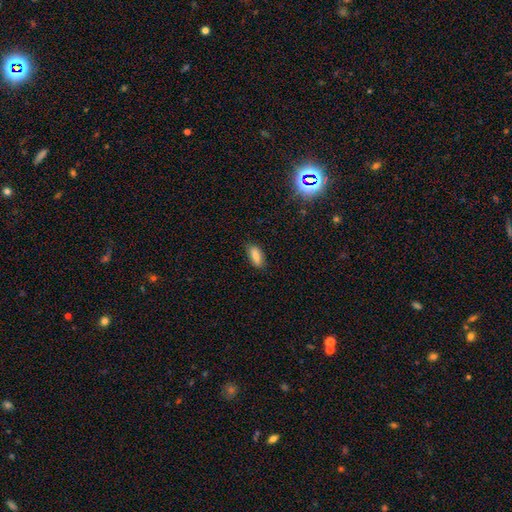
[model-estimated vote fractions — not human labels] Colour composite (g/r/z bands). It shows a smooth galaxy with no disk features (84%) that is in between round and cigar-shaped (77%). Merging: none (82%).